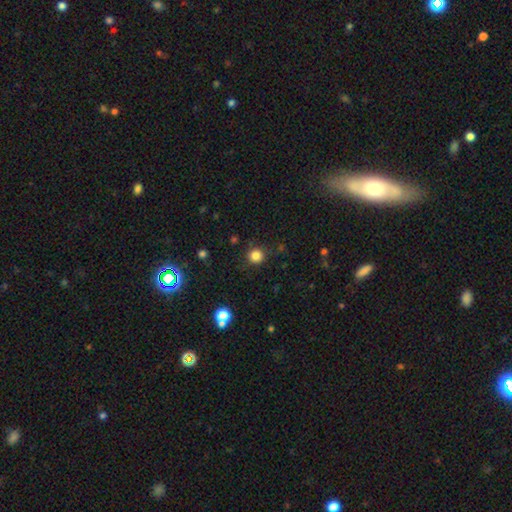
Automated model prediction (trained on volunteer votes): smooth-or-featured: smooth: 84% | star or artifact: 12% | featured or disk: 4%
  how-rounded: round: 92% | in between: 7% | cigar-shaped: 1%
  merging: none: 87% | minor disturbance: 8% | major disturbance: 3% | merger: 2%